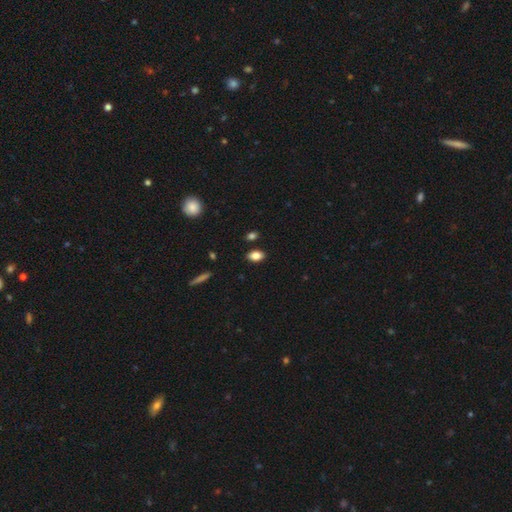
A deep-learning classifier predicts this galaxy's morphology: This appears to be a smooth galaxy with no disk features (84%) that is in between round and cigar-shaped (88%). Merging: none (86%).